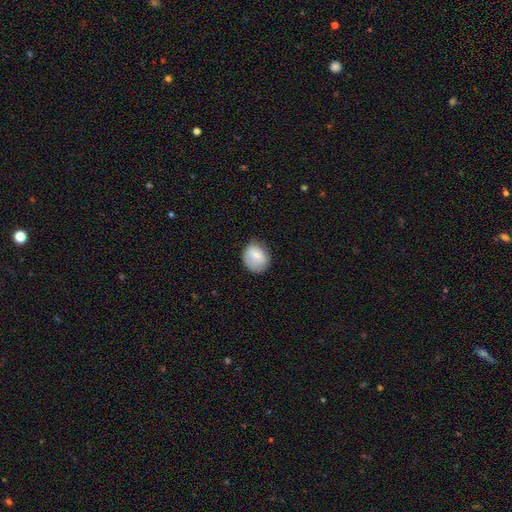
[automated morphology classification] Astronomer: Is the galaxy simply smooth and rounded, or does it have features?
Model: smooth — 80%.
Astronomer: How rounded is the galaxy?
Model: round — 59% (runner-up: in between, 40%).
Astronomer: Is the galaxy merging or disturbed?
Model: none — 72%.